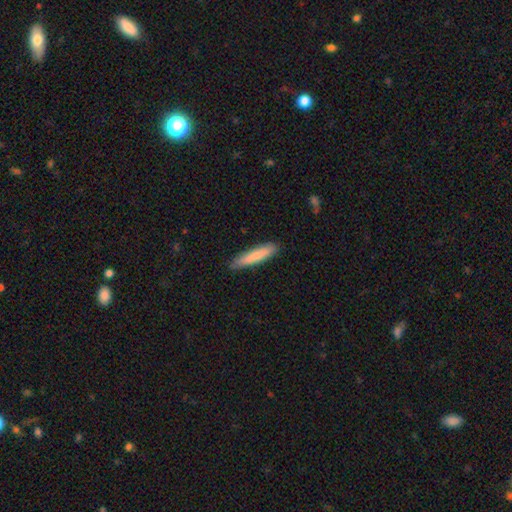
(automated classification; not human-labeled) Q: Smooth or featured?
A: smooth (76%); runner-up: featured or disk (19%)
Q: How rounded?
A: cigar-shaped (87%); runner-up: in between (11%)
Q: Merging?
A: none (86%); runner-up: minor disturbance (11%)